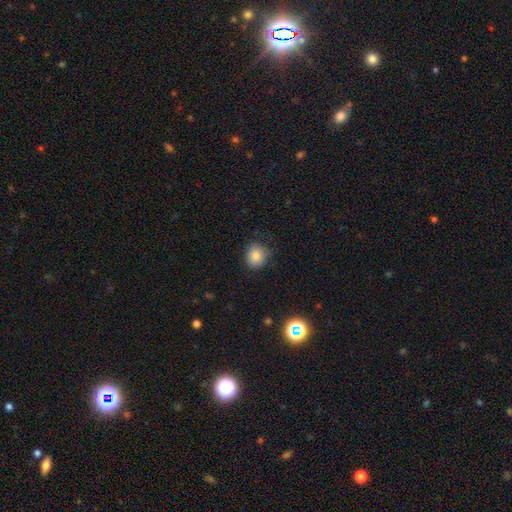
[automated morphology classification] Smooth or featured: smooth — 83% (star or artifact — 11%)
How rounded: round — 82% (in between — 17%)
Merging: none — 82% (minor disturbance — 14%)